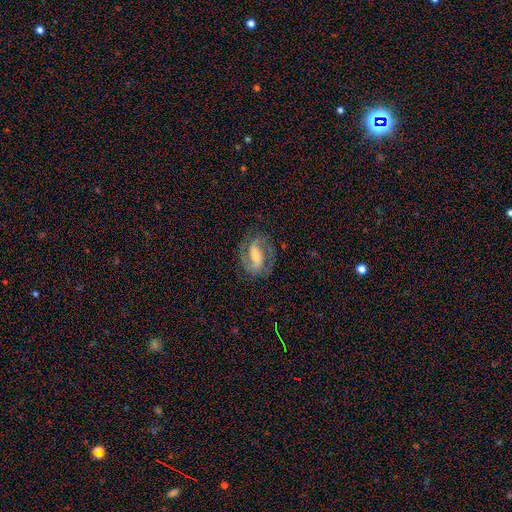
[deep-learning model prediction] Smooth or featured? featured or disk (85%)
Edge-on disk? no (97%)
Bar? strong (47%)
Spiral arms? yes (95%)
Spiral winding? medium (51%)
Spiral arm count? 2 (90%)
Bulge size? moderate (48%)
Merging? none (80%)